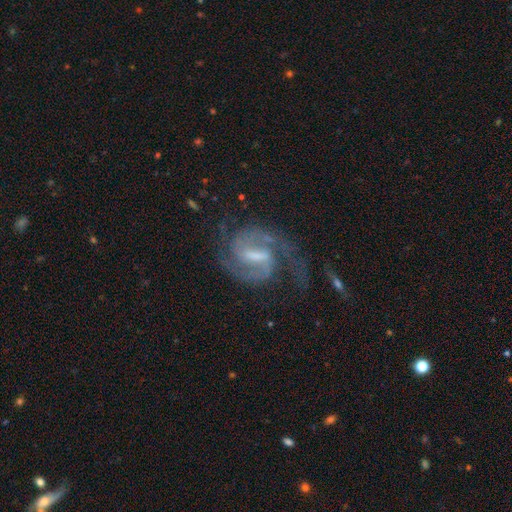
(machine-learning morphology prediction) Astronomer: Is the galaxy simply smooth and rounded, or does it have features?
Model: featured or disk — 91%.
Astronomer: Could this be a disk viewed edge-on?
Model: no — 98%.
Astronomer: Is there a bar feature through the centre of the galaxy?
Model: weak — 46%, tied with strong at 46%.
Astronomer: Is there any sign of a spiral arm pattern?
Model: yes — 98%.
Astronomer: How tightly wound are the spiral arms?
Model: medium — 59%.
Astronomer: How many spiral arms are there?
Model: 2 — 89%.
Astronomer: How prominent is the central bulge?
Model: small — 36% (runner-up: moderate, 30%).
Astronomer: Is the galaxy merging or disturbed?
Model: none — 67%.